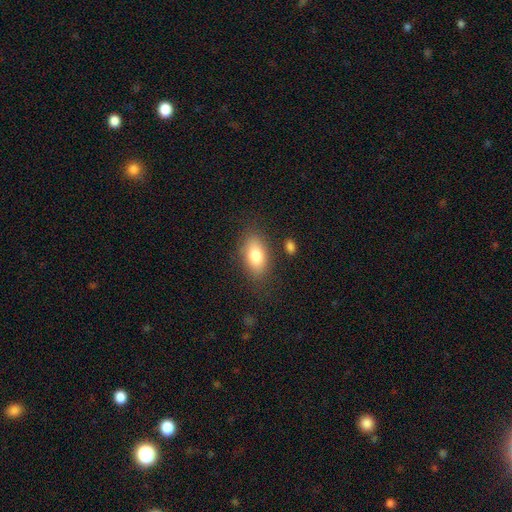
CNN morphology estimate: smooth-or-featured: smooth: 81% | featured or disk: 12% | star or artifact: 7%
  how-rounded: in between: 89% | round: 7% | cigar-shaped: 4%
  merging: none: 79% | minor disturbance: 13% | major disturbance: 5% | merger: 3%